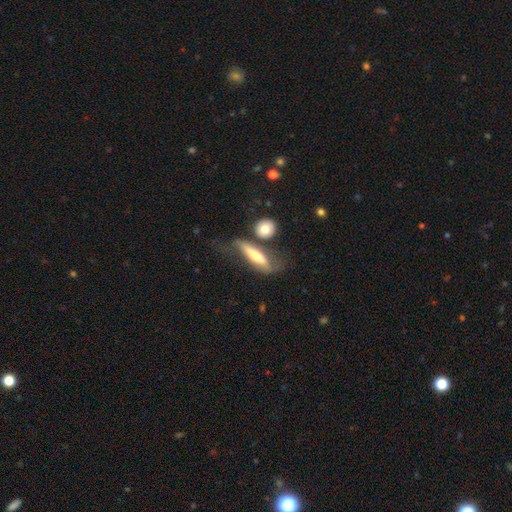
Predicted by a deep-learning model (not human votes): Smooth or featured: smooth — 49% (featured or disk — 45%)
Merging: none — 39% (minor disturbance — 22%)